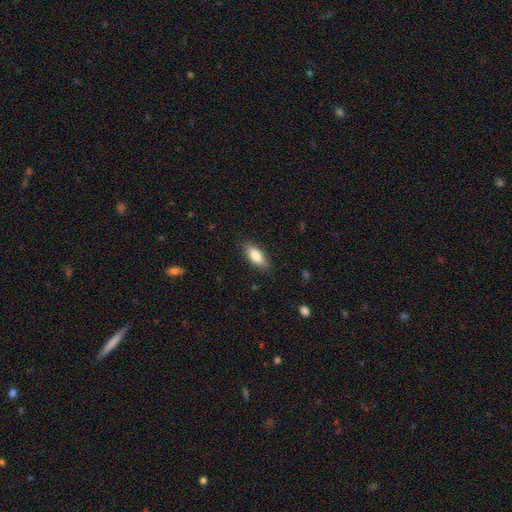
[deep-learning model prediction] Smooth or featured?
  - smooth: 82% *
  - featured or disk: 11%
  - star or artifact: 6%
How rounded?
  - in between: 78% *
  - cigar-shaped: 19%
  - round: 2%
Merging?
  - none: 85% *
  - minor disturbance: 12%
  - major disturbance: 3%
  - merger: 1%